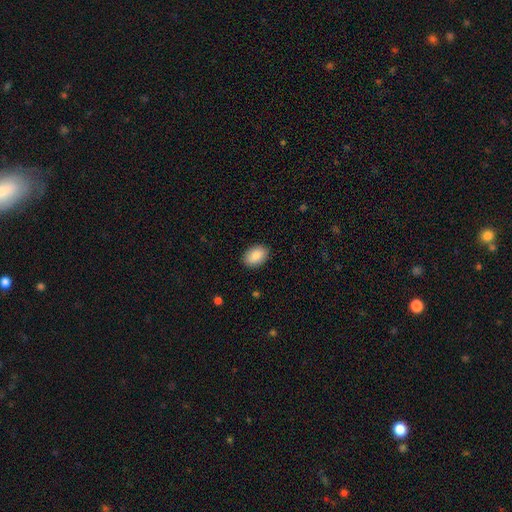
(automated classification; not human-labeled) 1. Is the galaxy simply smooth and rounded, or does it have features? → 89% smooth, 7% star or artifact, 5% featured or disk.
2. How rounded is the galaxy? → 86% in between, 13% round, 1% cigar-shaped.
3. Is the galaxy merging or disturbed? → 88% none, 9% minor disturbance, 2% major disturbance, 1% merger.